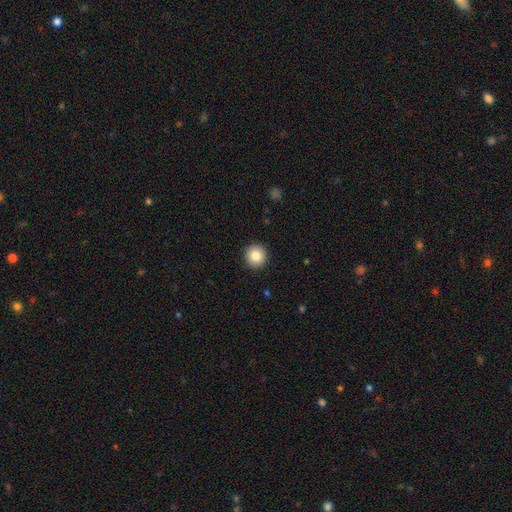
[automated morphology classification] Smooth or featured? Predicted: smooth (p=0.84). How rounded? Predicted: round (p=0.96). Merging? Predicted: none (p=0.93).